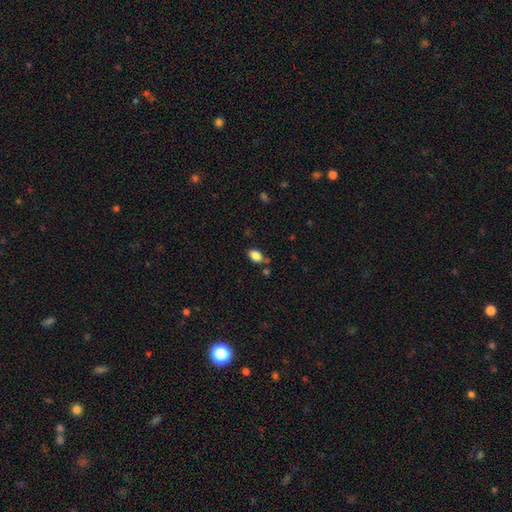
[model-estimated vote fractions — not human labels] A smooth galaxy with no disk features (85%) that is in between round and cigar-shaped (88%). Merging: none (72%).